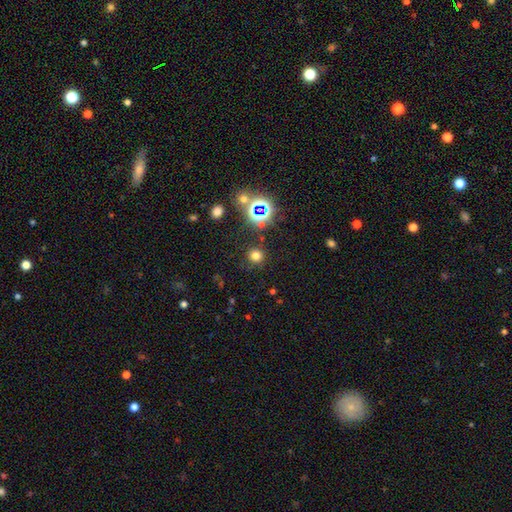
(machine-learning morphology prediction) Smooth or featured?
  - smooth: 70% *
  - star or artifact: 24%
  - featured or disk: 6%
How rounded?
  - round: 92% *
  - in between: 7%
  - cigar-shaped: 1%
Merging?
  - none: 86% *
  - minor disturbance: 7%
  - major disturbance: 4%
  - merger: 3%